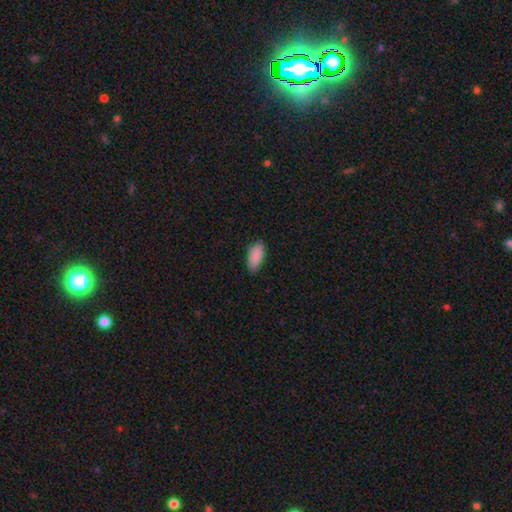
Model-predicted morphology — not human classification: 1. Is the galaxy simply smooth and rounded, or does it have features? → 89% smooth, 6% star or artifact, 5% featured or disk.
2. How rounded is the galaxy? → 90% in between, 8% cigar-shaped, 2% round.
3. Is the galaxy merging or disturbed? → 84% none, 13% minor disturbance, 2% major disturbance, 1% merger.